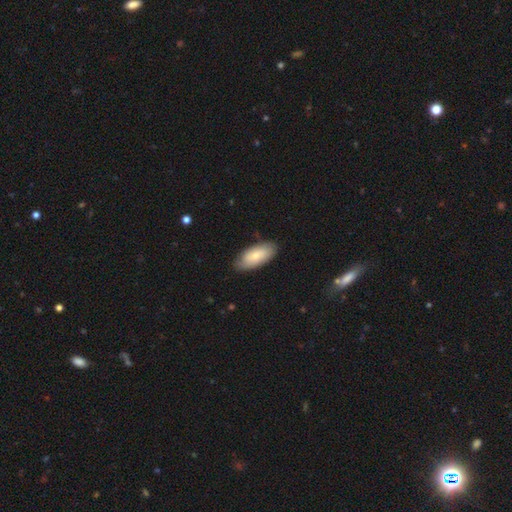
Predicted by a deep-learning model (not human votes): Q: Smooth or featured?
A: smooth (71%); runner-up: featured or disk (23%)
Q: How rounded?
A: in between (89%); runner-up: cigar-shaped (9%)
Q: Merging?
A: none (82%); runner-up: minor disturbance (14%)